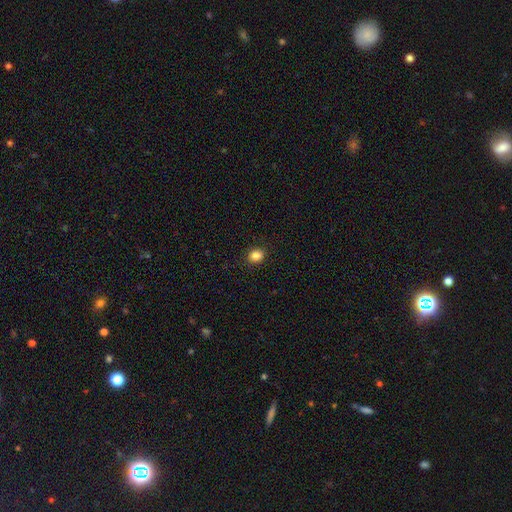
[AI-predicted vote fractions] A smooth galaxy with no disk features (84%) that is round (70%).

Vote fractions:
- Smooth or featured? smooth: 84% / star or artifact: 11% / featured or disk: 5%
- How rounded? round: 70% / in between: 29% / cigar-shaped: 1%
- Merging? none: 90% / minor disturbance: 7% / major disturbance: 2% / merger: 1%